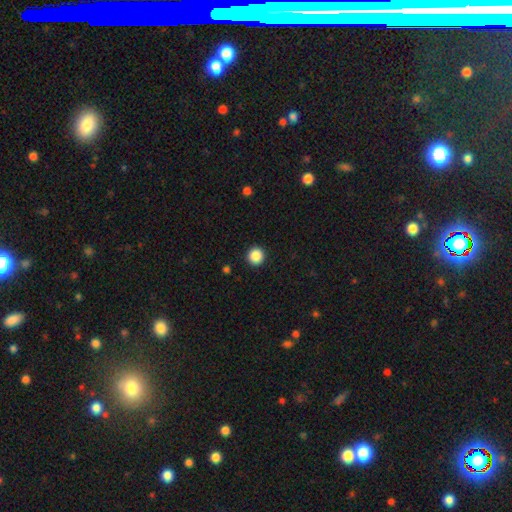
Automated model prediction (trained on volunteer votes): smooth 88%, star or artifact 10%, featured or disk 3%. Down the decision tree: how rounded — round (95%); merging — none (93%).